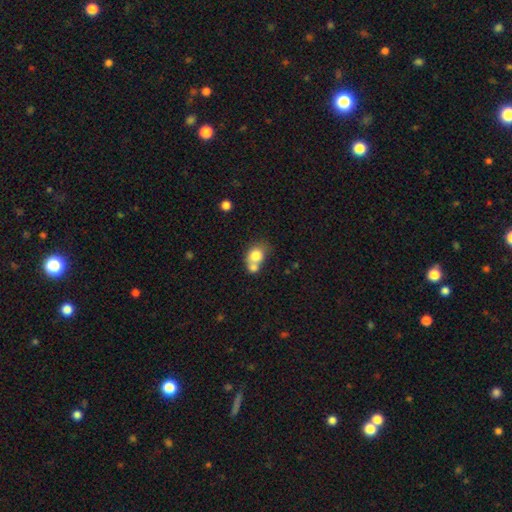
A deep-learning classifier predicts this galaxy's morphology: Smooth or featured: smooth — 76% (featured or disk — 15%)
How rounded: round — 57% (in between — 42%)
Merging: merger — 59% (none — 27%)